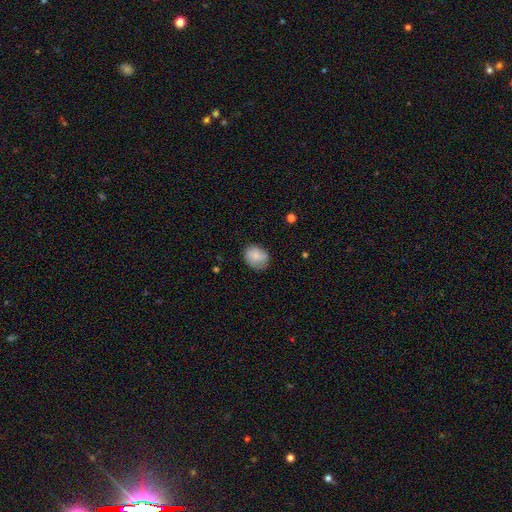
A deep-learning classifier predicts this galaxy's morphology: Smooth or featured: smooth — 81% (featured or disk — 11%)
How rounded: round — 52% (in between — 48%)
Merging: none — 68% (minor disturbance — 25%)